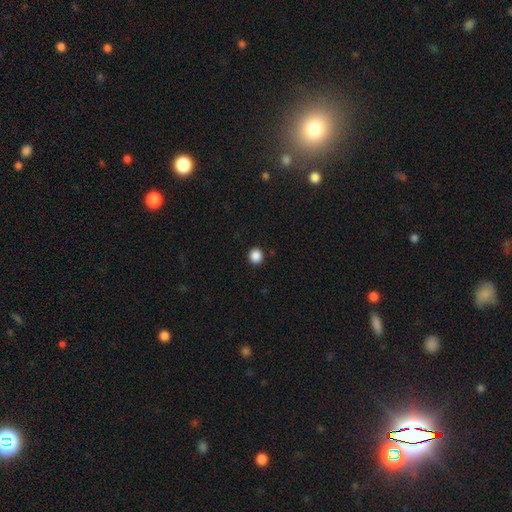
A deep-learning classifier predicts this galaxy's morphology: This is clearly a smooth galaxy (88%). How rounded: clearly round (86%). Merging: clearly none (92%).